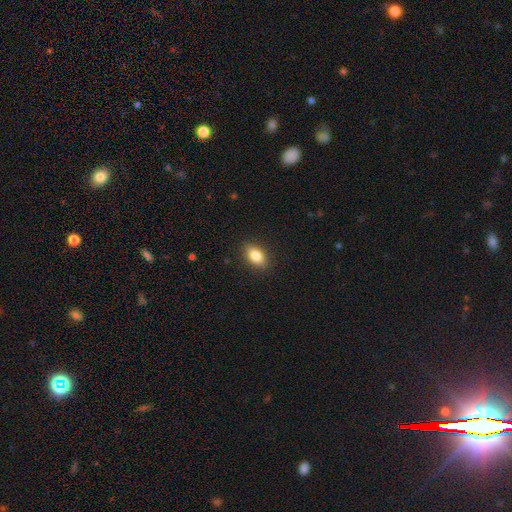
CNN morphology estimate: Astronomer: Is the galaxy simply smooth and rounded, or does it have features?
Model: smooth — 85%.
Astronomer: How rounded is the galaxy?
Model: in between — 88%.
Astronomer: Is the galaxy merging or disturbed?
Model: none — 88%.